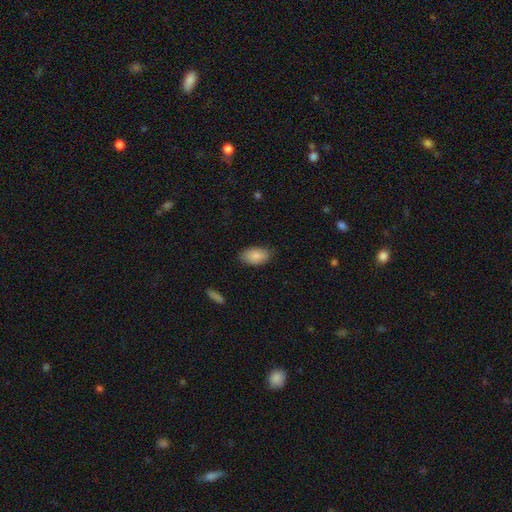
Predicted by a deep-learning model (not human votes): This is clearly a smooth galaxy (86%). How rounded: clearly in between (94%). Merging: clearly none (82%).